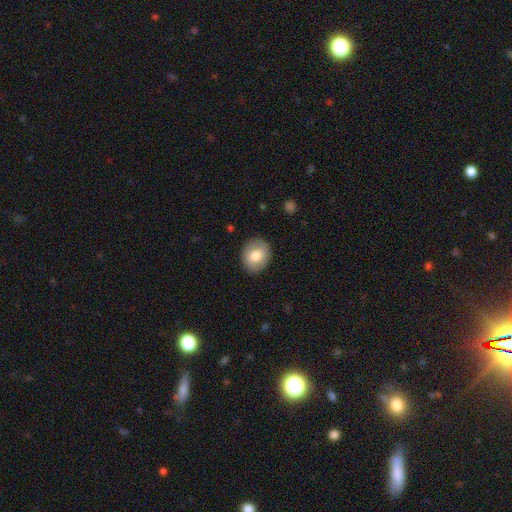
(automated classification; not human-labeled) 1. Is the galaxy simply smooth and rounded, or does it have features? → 77% smooth, 16% featured or disk, 7% star or artifact.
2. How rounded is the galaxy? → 55% round, 44% in between, 1% cigar-shaped.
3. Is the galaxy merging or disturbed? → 87% none, 10% minor disturbance, 3% major disturbance, 1% merger.